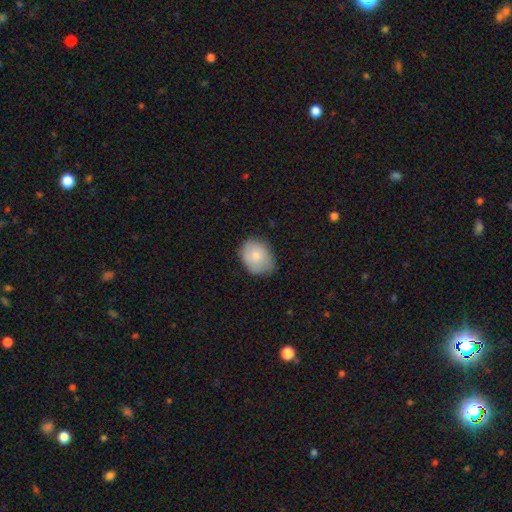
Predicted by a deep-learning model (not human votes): A smooth galaxy with no disk features (76%) that is in between round and cigar-shaped (55%). Merging: none (68%).